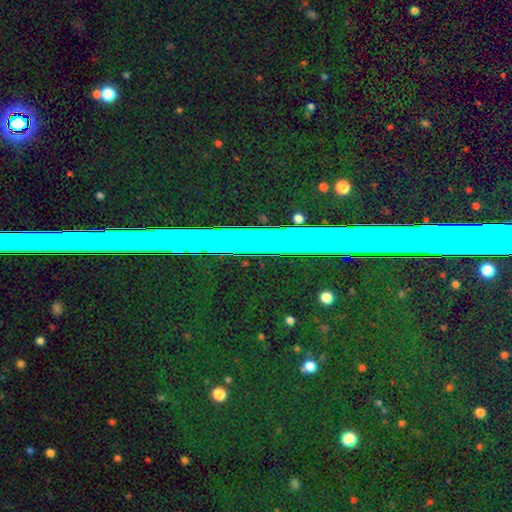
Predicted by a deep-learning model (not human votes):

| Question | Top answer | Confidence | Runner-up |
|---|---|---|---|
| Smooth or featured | star or artifact | 82% | smooth (10%) |